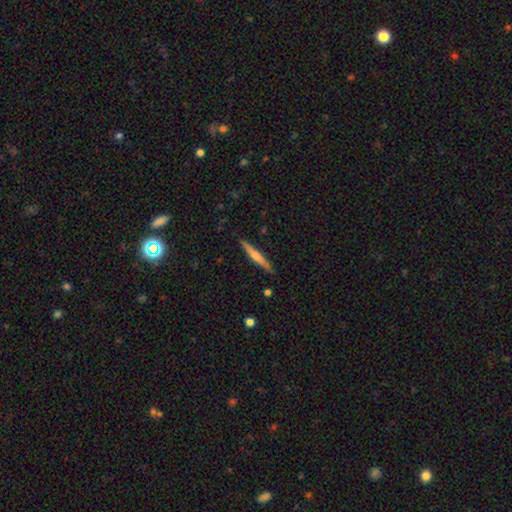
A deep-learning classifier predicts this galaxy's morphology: This is possibly a featured or disk galaxy (60%). It is clearly viewed edge-on (97%). Edge-on bulge: likely rounded (73%). Merging: clearly none (90%).